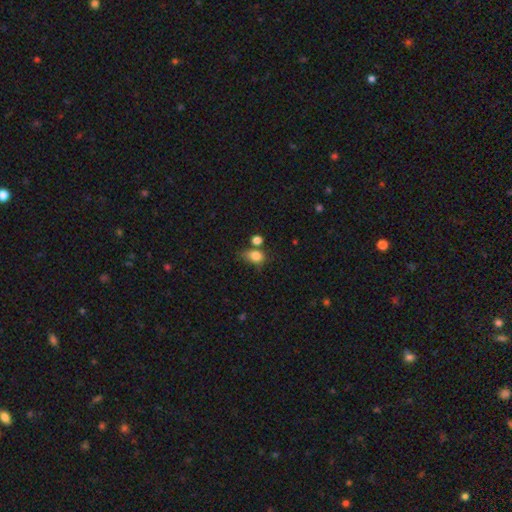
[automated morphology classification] This appears to be a smooth galaxy with no disk features (81%) that is in between round and cigar-shaped (63%). Merging: none (42%).